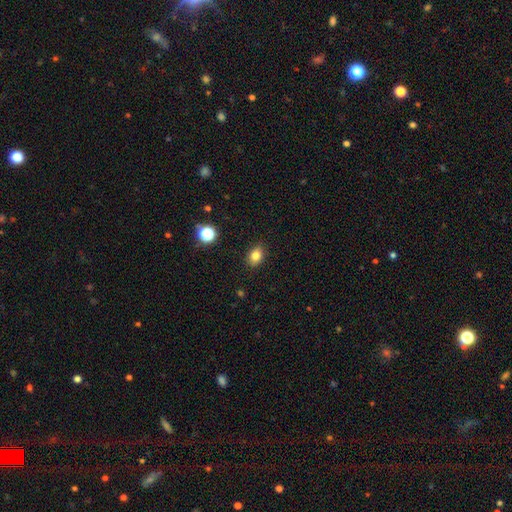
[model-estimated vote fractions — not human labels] A smooth galaxy with no disk features (82%) that is in between round and cigar-shaped (69%).

Vote fractions:
- Smooth or featured? smooth: 82% / star or artifact: 12% / featured or disk: 7%
- How rounded? in between: 69% / round: 30% / cigar-shaped: 1%
- Merging? none: 88% / minor disturbance: 9% / major disturbance: 2% / merger: 1%